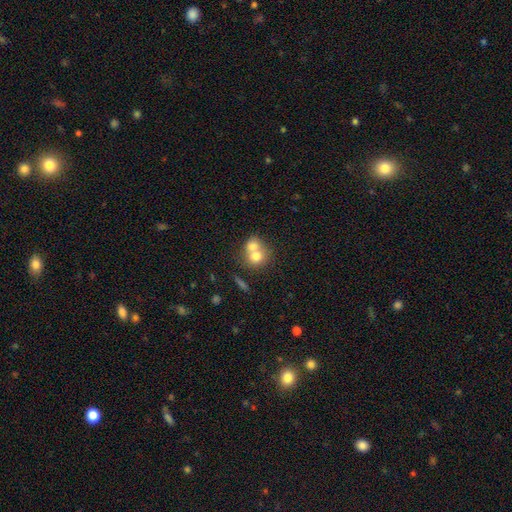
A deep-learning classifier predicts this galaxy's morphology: smooth 70%, featured or disk 20%, star or artifact 9%. Down the decision tree: how rounded — round (72%); merging — merger (66%).